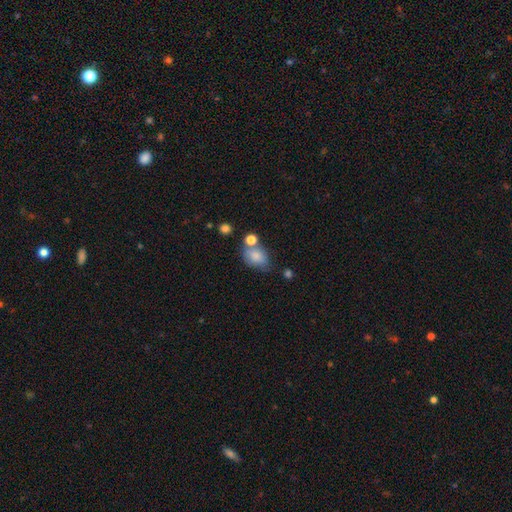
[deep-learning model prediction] Smooth or featured? smooth (80%)
How rounded? in between (74%)
Merging? none (48%)